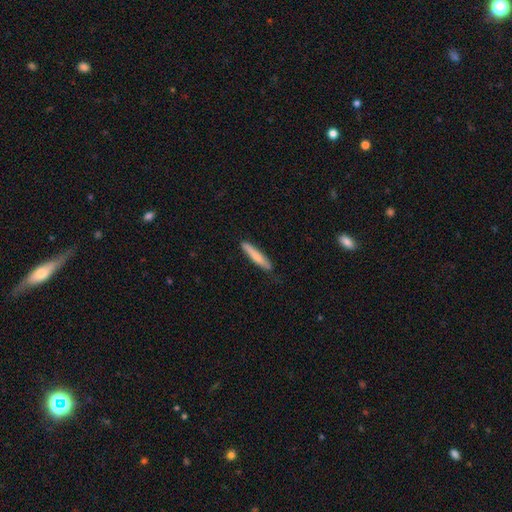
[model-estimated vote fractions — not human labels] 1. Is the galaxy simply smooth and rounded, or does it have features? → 73% smooth, 22% featured or disk, 5% star or artifact.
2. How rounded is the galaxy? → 92% cigar-shaped, 7% in between, 1% round.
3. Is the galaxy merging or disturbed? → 84% none, 13% minor disturbance, 2% major disturbance, 1% merger.